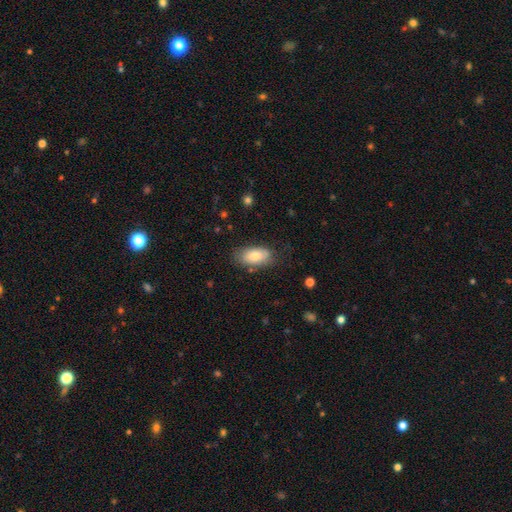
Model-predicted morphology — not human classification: A smooth galaxy with no disk features (79%) that is in between round and cigar-shaped (93%).

Vote fractions:
- Smooth or featured? smooth: 79% / featured or disk: 15% / star or artifact: 7%
- How rounded? in between: 93% / round: 4% / cigar-shaped: 3%
- Merging? none: 72% / minor disturbance: 20% / major disturbance: 5% / merger: 2%